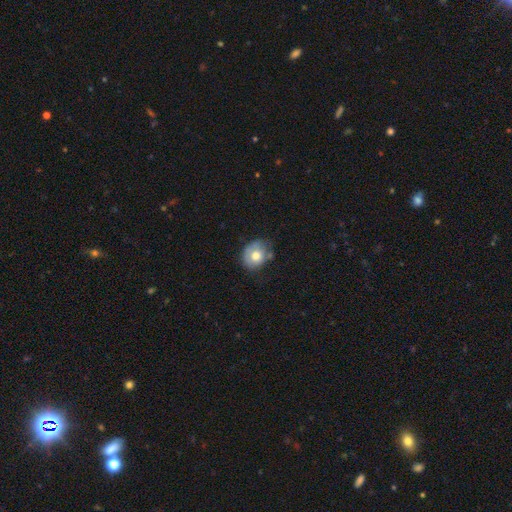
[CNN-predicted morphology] Smooth or featured? smooth (66%)
How rounded? round (59%)
Merging? none (54%)